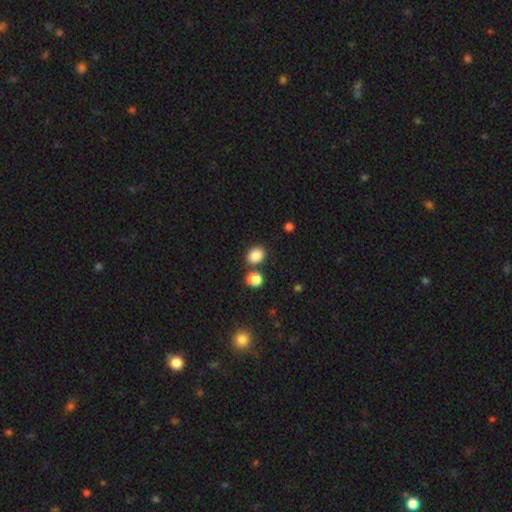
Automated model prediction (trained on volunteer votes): Q: Smooth or featured?
A: smooth (86%); runner-up: star or artifact (10%)
Q: How rounded?
A: in between (58%); runner-up: round (41%)
Q: Merging?
A: none (76%); runner-up: merger (11%)